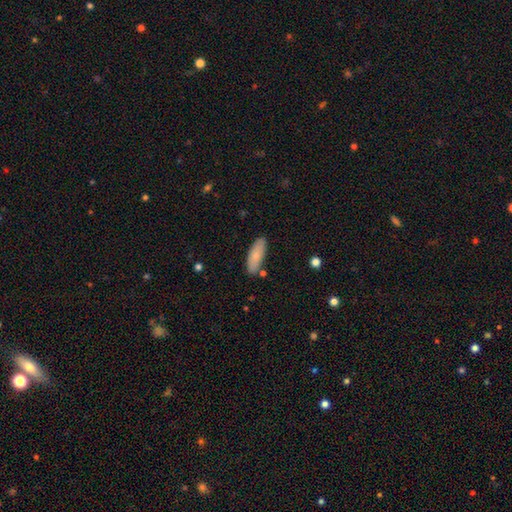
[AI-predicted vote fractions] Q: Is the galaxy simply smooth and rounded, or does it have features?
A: smooth — 81%.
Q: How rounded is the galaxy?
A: in between — 64%.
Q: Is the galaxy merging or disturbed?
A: none — 82%.